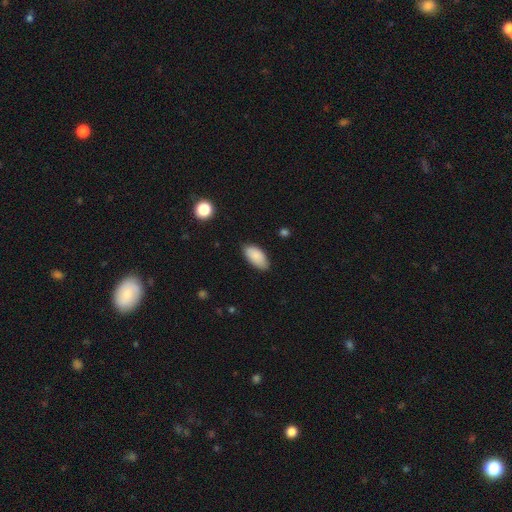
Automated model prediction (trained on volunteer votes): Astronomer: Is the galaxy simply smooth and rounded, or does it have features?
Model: smooth — 88%.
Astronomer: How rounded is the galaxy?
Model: in between — 93%.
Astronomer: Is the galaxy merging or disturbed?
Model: none — 82%.